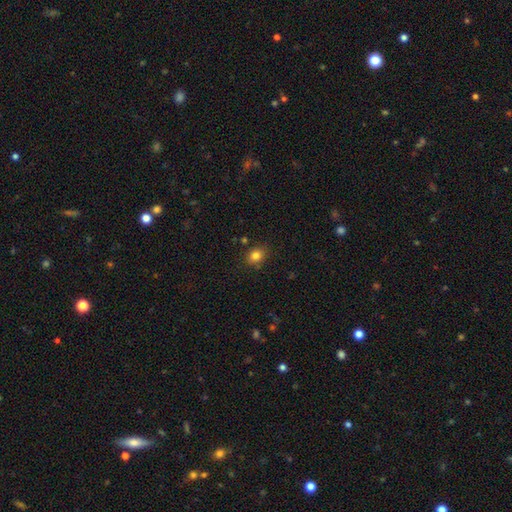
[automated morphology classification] A smooth galaxy with no disk features (81%) that is round (58%). Merging: none (85%).